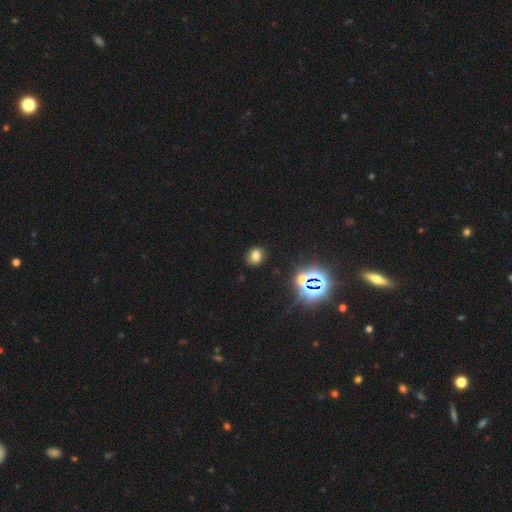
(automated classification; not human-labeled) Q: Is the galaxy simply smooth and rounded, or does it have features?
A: smooth — 70%.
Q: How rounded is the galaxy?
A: round — 50%.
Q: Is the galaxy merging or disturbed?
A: none — 86%.